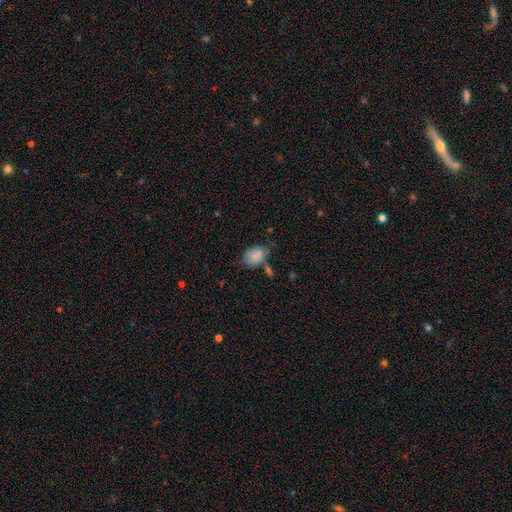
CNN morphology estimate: type=smooth (82%); roundness=in between (70%); merging=none (49%).